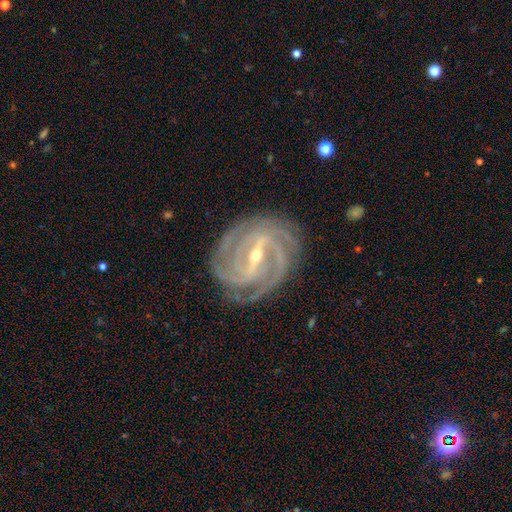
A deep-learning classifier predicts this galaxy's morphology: A featured or disk galaxy (92%) with a strong bar (68%), 3 (31%) tight (73%) spiral arms (99%) and a small central bulge (61%). Merging: none (83%).